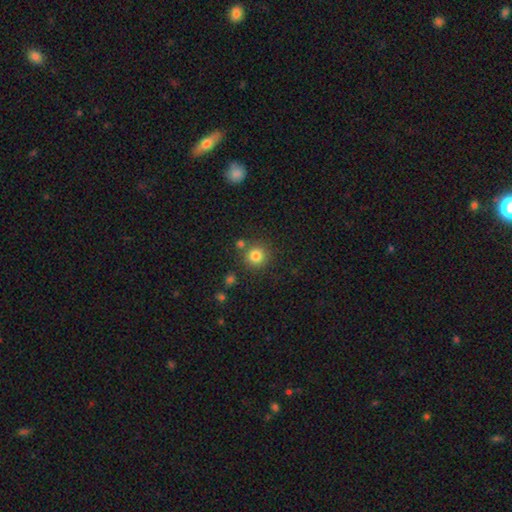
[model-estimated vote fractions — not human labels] A smooth galaxy with no disk features (82%) that is round (93%).

Vote fractions:
- Smooth or featured? smooth: 82% / star or artifact: 12% / featured or disk: 6%
- How rounded? round: 93% / in between: 6% / cigar-shaped: 1%
- Merging? none: 79% / merger: 10% / minor disturbance: 8% / major disturbance: 3%